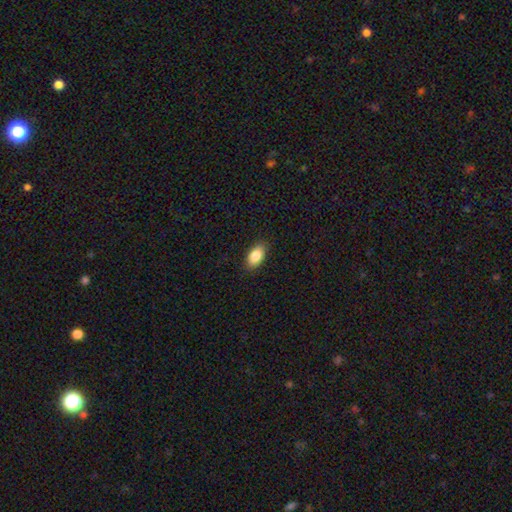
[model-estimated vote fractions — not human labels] The model was most divided on "merging": none: 87%, minor disturbance: 10%, major disturbance: 2%, merger: 1%. More confident: how rounded — in between (92%); smooth or featured — smooth (86%).